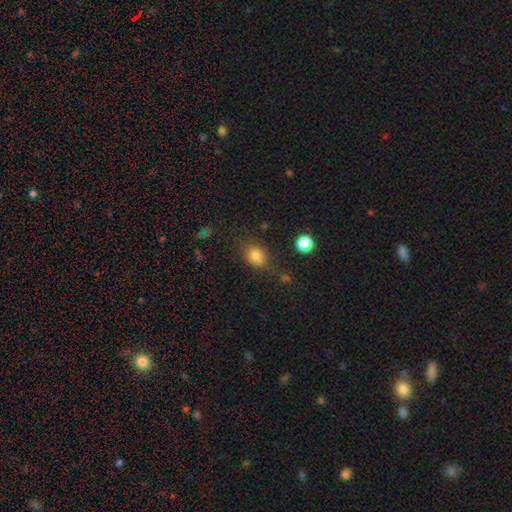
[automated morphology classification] A smooth galaxy with no disk features (79%) that is round (55%). Merging: none (67%).